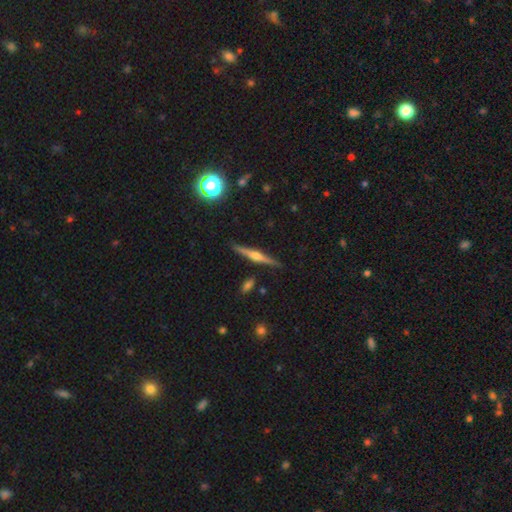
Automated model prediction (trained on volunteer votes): This appears to be a featured or disk galaxy (77%) viewed edge-on (98%) with a rounded central bulge (89%). Merging: none (89%).